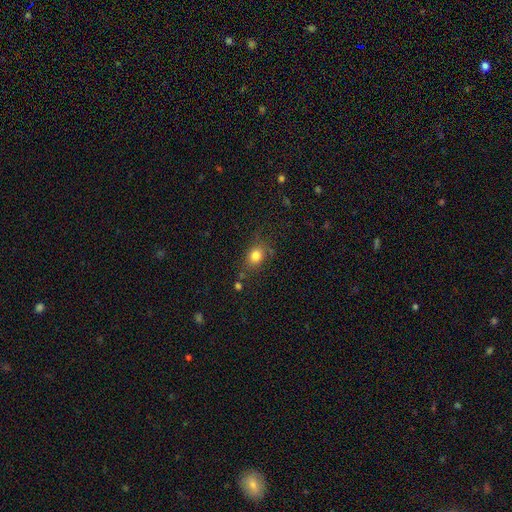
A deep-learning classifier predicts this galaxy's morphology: Q: Smooth or featured?
A: smooth (81%); runner-up: star or artifact (11%)
Q: How rounded?
A: round (51%); runner-up: in between (48%)
Q: Merging?
A: none (71%); runner-up: minor disturbance (18%)